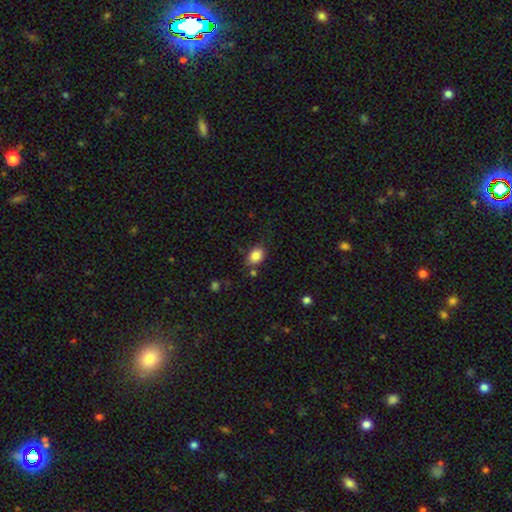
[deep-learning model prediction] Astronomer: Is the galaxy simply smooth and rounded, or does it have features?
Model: smooth — 86%.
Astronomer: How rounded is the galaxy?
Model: in between — 73%.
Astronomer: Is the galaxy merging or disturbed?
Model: none — 76%.